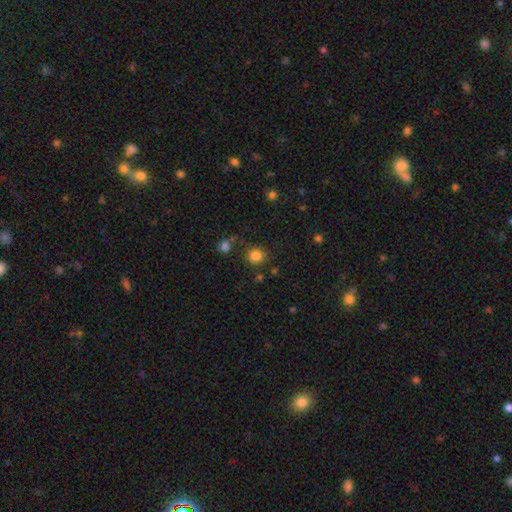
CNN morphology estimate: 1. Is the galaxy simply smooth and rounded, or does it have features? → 83% smooth, 12% star or artifact, 5% featured or disk.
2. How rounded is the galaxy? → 86% round, 13% in between, 1% cigar-shaped.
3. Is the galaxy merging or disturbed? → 83% none, 9% minor disturbance, 4% merger, 4% major disturbance.